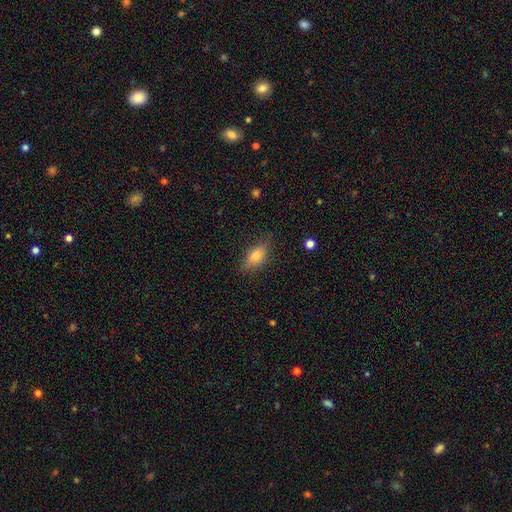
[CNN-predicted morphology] A smooth galaxy with no disk features (77%) that is in between round and cigar-shaped (78%).

Vote fractions:
- Smooth or featured? smooth: 77% / featured or disk: 14% / star or artifact: 9%
- How rounded? in between: 78% / cigar-shaped: 18% / round: 5%
- Merging? none: 81% / minor disturbance: 14% / major disturbance: 3% / merger: 1%